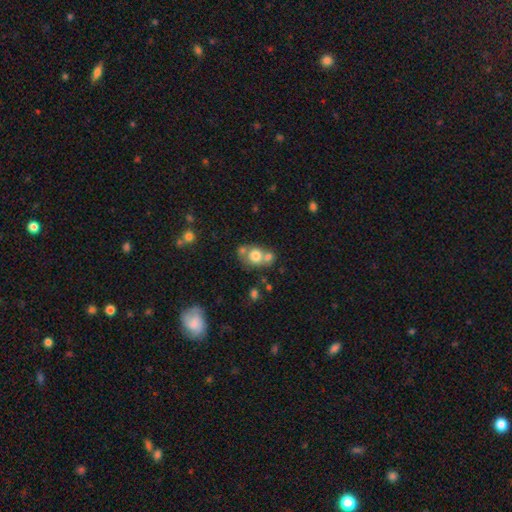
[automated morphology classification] smooth_or_featured: smooth (p=0.72) [alt: featured or disk p=0.17]
how_rounded: round (p=0.68) [alt: in between p=0.31]
merging: merger (p=0.42) [tied with: none p=0.42]